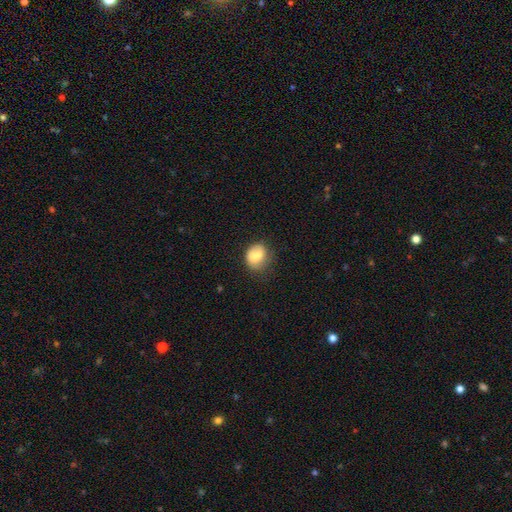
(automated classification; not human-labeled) Smooth or featured?
  - smooth: 74% *
  - featured or disk: 17%
  - star or artifact: 8%
How rounded?
  - round: 56% *
  - in between: 43%
  - cigar-shaped: 1%
Merging?
  - none: 57% *
  - minor disturbance: 28%
  - major disturbance: 11%
  - merger: 4%